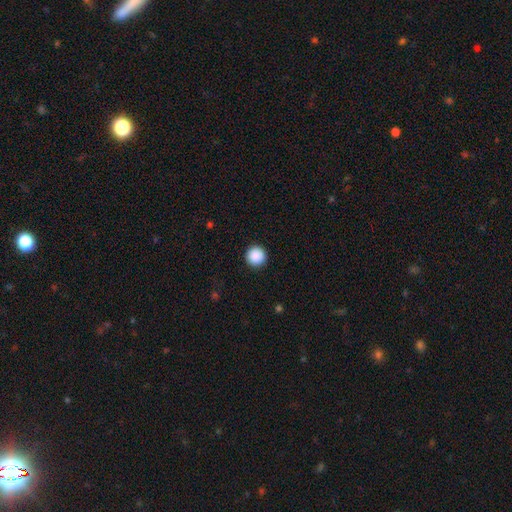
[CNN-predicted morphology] Overall: smooth (89%). How rounded: round (96%). Merging: none (93%).